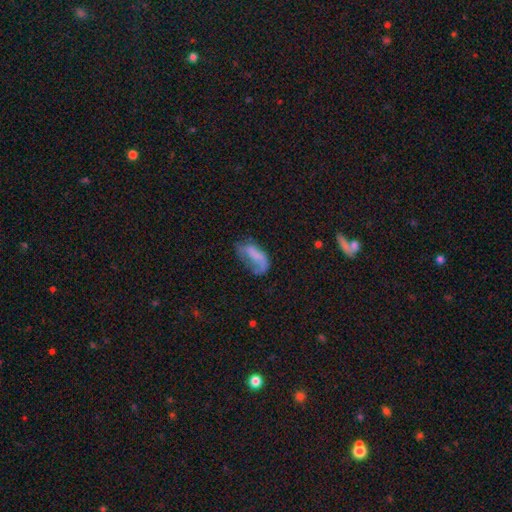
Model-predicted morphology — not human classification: smooth_or_featured: smooth (p=0.51) [alt: featured or disk p=0.38]
how_rounded: in between (p=0.88) [alt: cigar-shaped p=0.07]
merging: major disturbance (p=0.42) [alt: none p=0.28]